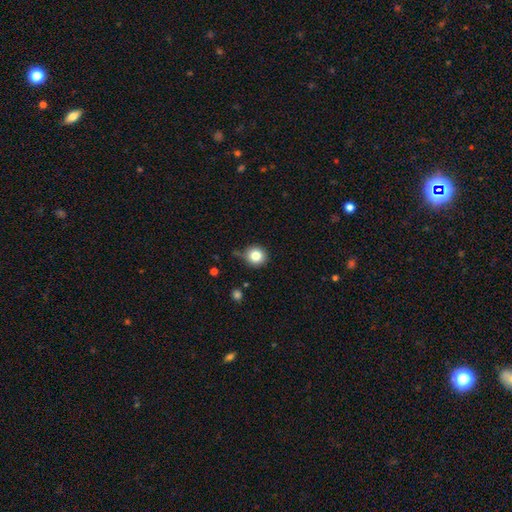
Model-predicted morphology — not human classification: The model was most divided on "merging": none: 80%, minor disturbance: 14%, merger: 3%, major disturbance: 3%. More confident: how rounded — round (91%); smooth or featured — smooth (83%).